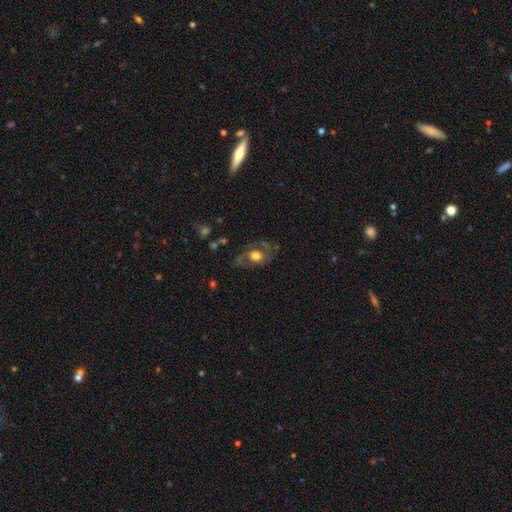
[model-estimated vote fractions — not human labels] featured or disk 59%, smooth 32%, star or artifact 8%. Down the decision tree: edge-on disk — no (94%); bar — no (79%); spiral arms — yes (62%); bulge size — moderate (52%); merging — none (65%).